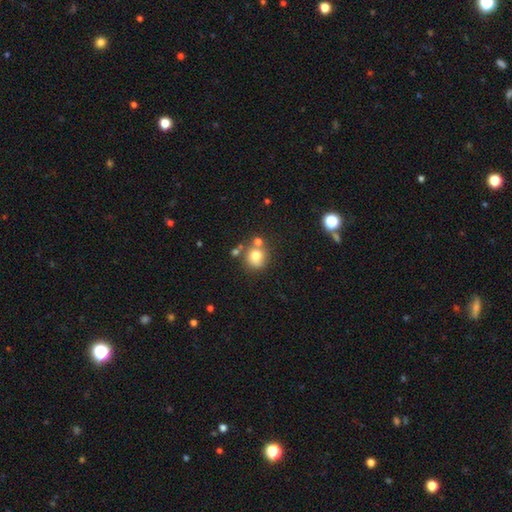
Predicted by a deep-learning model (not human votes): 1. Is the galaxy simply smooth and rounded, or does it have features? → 74% smooth, 13% featured or disk, 13% star or artifact.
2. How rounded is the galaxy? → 84% round, 15% in between, 1% cigar-shaped.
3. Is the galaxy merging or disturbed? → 59% none, 22% merger, 14% minor disturbance, 5% major disturbance.